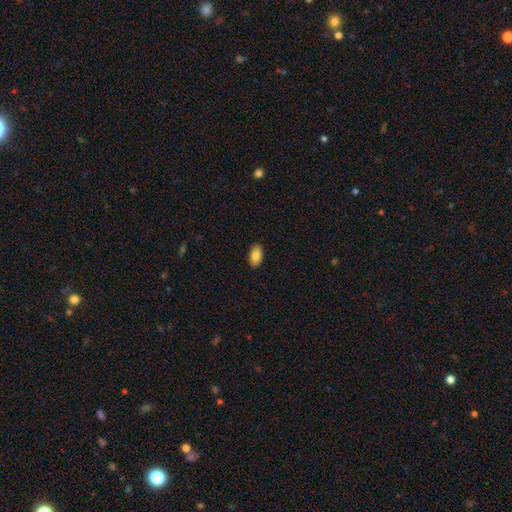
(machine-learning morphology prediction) smooth_or_featured: smooth (p=0.84) [alt: featured or disk p=0.09]
how_rounded: in between (p=0.93) [alt: round p=0.05]
merging: none (p=0.89) [alt: minor disturbance p=0.08]